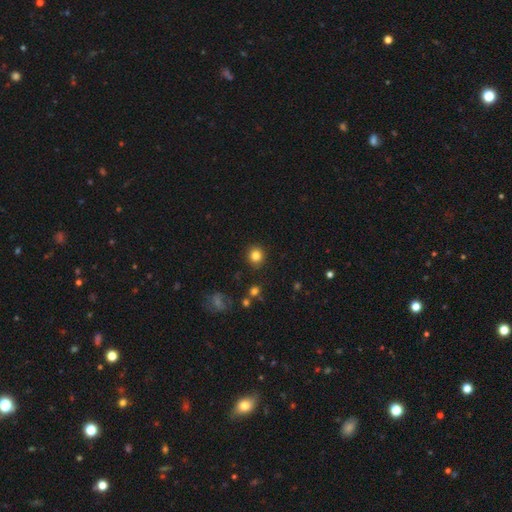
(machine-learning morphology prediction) Smooth or featured: smooth — 83% (star or artifact — 12%)
How rounded: round — 91% (in between — 8%)
Merging: none — 91% (minor disturbance — 6%)